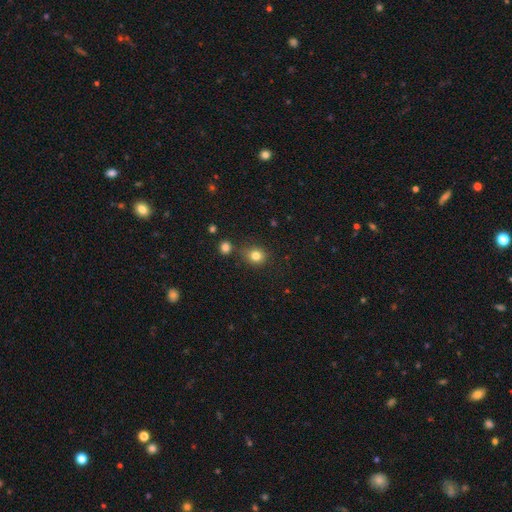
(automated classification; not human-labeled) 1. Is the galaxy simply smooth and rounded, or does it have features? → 81% smooth, 12% star or artifact, 6% featured or disk.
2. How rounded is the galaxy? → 77% round, 22% in between, 1% cigar-shaped.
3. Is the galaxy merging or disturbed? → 77% none, 13% minor disturbance, 7% merger, 3% major disturbance.